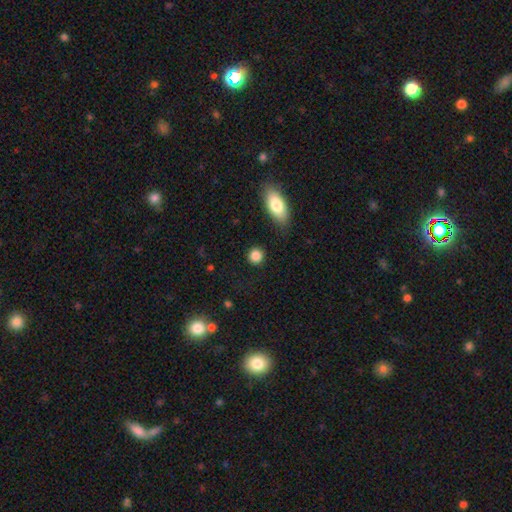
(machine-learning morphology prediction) type=smooth (86%); roundness=round (88%); merging=none (88%).